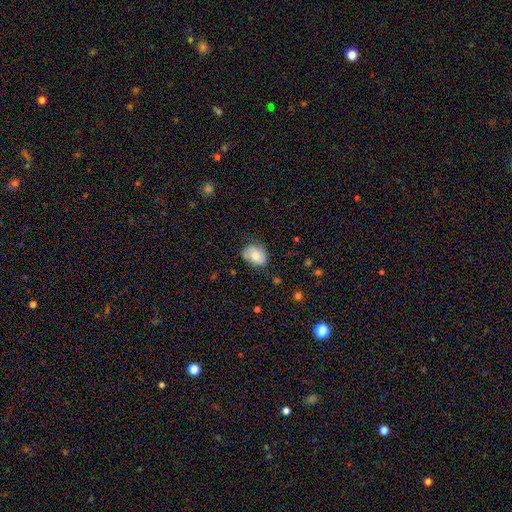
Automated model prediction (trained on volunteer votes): Smooth or featured? Predicted: smooth (p=0.63). How rounded? Predicted: in between (p=0.70). Merging? Predicted: none (p=0.64).